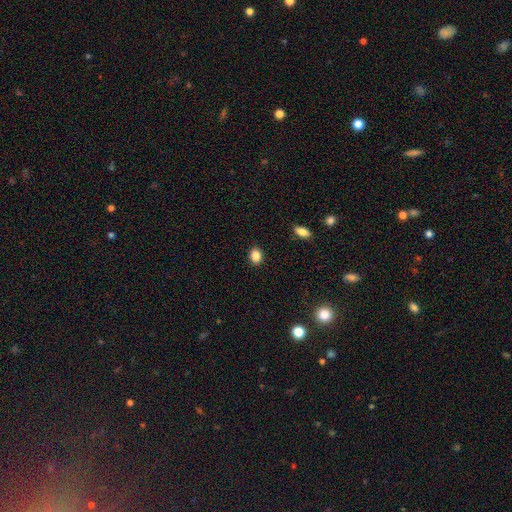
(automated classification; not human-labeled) A smooth galaxy with no disk features (86%) that is in between round and cigar-shaped (56%).

Vote fractions:
- Smooth or featured? smooth: 86% / star or artifact: 10% / featured or disk: 4%
- How rounded? in between: 56% / round: 43% / cigar-shaped: 1%
- Merging? none: 90% / minor disturbance: 7% / major disturbance: 2% / merger: 1%